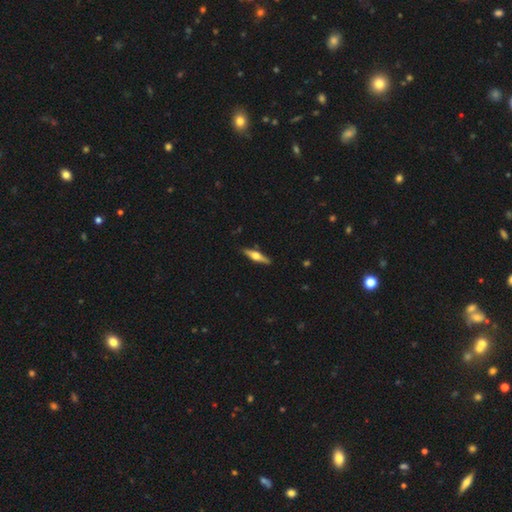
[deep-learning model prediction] A featured or disk galaxy (61%) viewed edge-on (96%) with a rounded central bulge (94%).

Vote fractions:
- Smooth or featured? featured or disk: 61% / smooth: 34% / star or artifact: 5%
- Edge-on disk? yes: 96% / no: 4%
- Edge-on bulge? rounded: 94% / boxy: 4% / none: 2%
- Merging? none: 89% / minor disturbance: 8% / major disturbance: 2% / merger: 1%